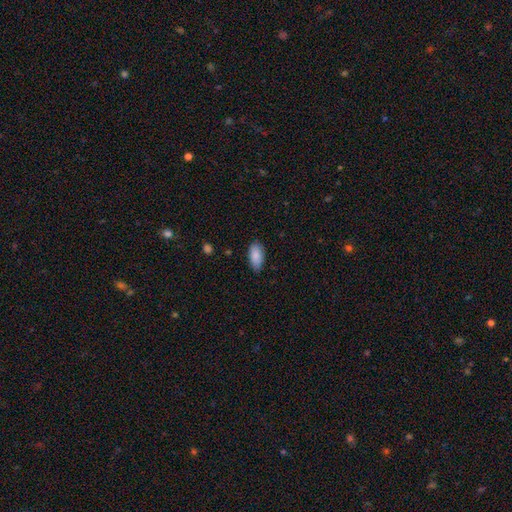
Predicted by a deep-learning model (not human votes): smooth 88%, star or artifact 6%, featured or disk 6%. Down the decision tree: how rounded — in between (92%); merging — none (83%).